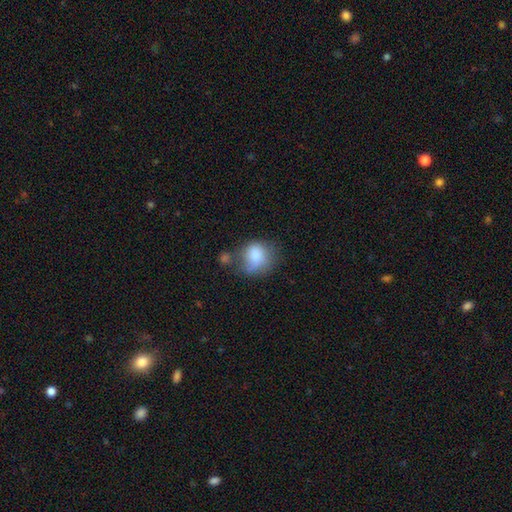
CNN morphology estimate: smooth_or_featured: smooth (p=0.80) [alt: featured or disk p=0.12]
how_rounded: round (p=0.64) [alt: in between p=0.35]
merging: none (p=0.37) [alt: minor disturbance p=0.29]